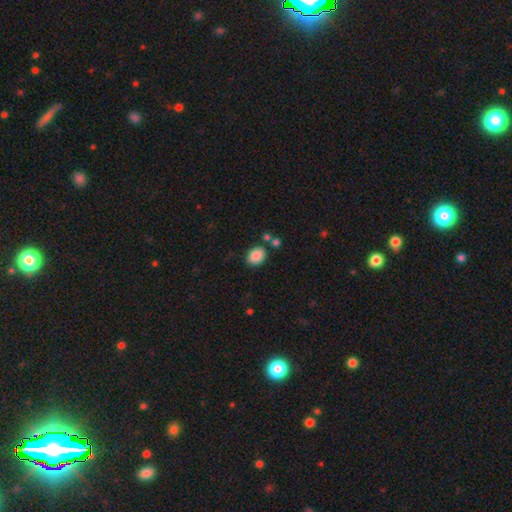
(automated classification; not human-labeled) Morphology: type=smooth (87%); roundness=in between (68%); merging=none (77%).